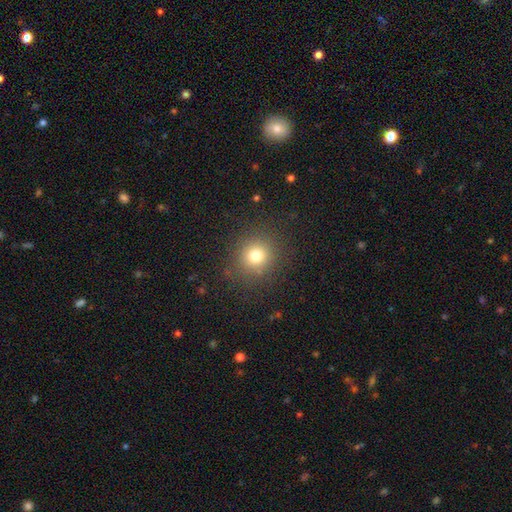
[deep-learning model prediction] Smooth or featured?
  - smooth: 76% *
  - star or artifact: 16%
  - featured or disk: 9%
How rounded?
  - round: 90% *
  - in between: 9%
  - cigar-shaped: 1%
Merging?
  - none: 86% *
  - minor disturbance: 8%
  - major disturbance: 4%
  - merger: 1%